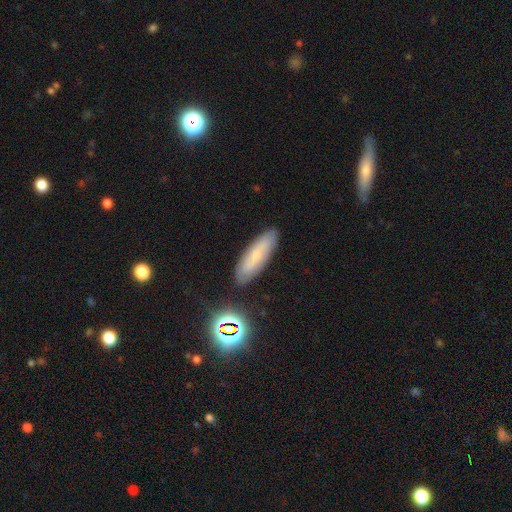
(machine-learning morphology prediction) smooth_or_featured: smooth (p=0.62) [alt: featured or disk p=0.27]
how_rounded: cigar-shaped (p=0.53) [alt: in between p=0.44]
merging: none (p=0.85) [alt: minor disturbance p=0.10]